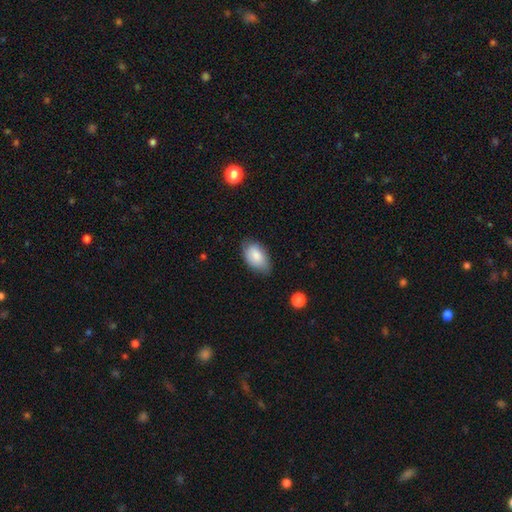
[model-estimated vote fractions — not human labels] The model was most divided on "merging": none: 68%, minor disturbance: 26%, major disturbance: 4%, merger: 1%. More confident: how rounded — in between (93%); smooth or featured — smooth (85%).